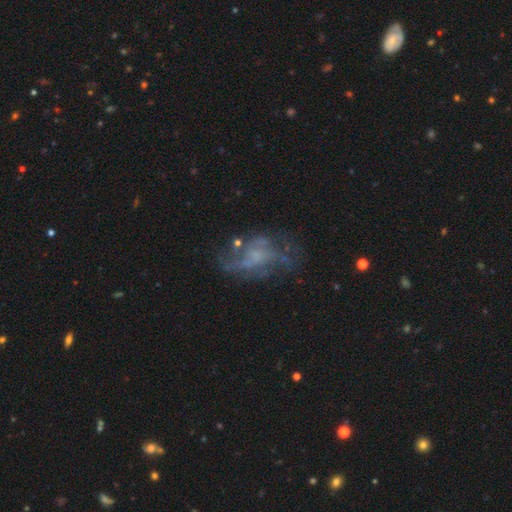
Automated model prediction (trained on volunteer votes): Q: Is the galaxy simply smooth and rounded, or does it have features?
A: featured or disk — 67%.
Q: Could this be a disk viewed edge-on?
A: no — 96%.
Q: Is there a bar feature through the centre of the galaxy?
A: no — 74%.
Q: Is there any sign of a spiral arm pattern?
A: yes — 58%.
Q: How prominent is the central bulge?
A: none — 51%.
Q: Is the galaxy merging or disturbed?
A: none — 47%.